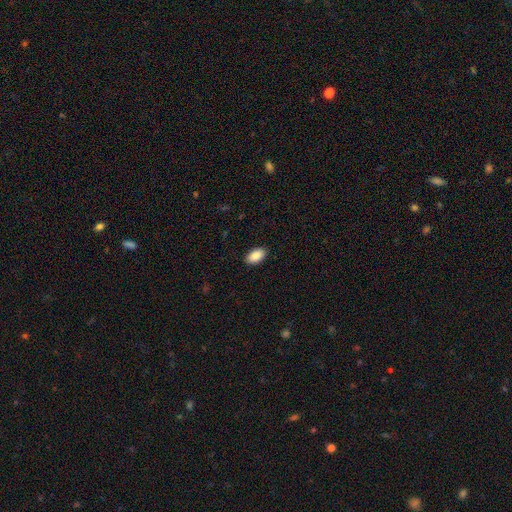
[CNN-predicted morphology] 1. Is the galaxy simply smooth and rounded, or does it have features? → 89% smooth, 7% star or artifact, 4% featured or disk.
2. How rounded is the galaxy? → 95% in between, 4% round, 2% cigar-shaped.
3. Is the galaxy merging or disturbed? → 89% none, 8% minor disturbance, 2% major disturbance, 1% merger.